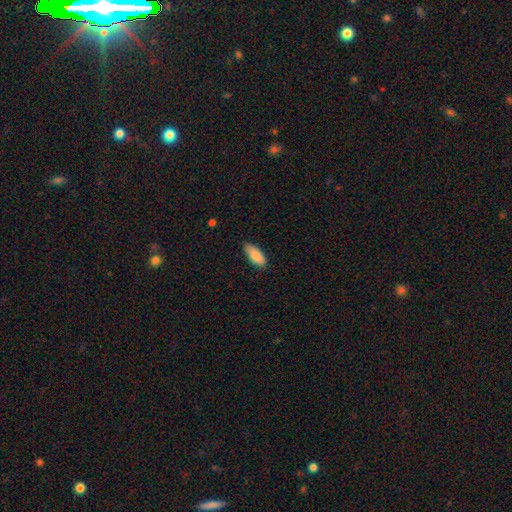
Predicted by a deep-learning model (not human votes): Overall: smooth (85%). How rounded: in between (88%). Merging: none (78%).